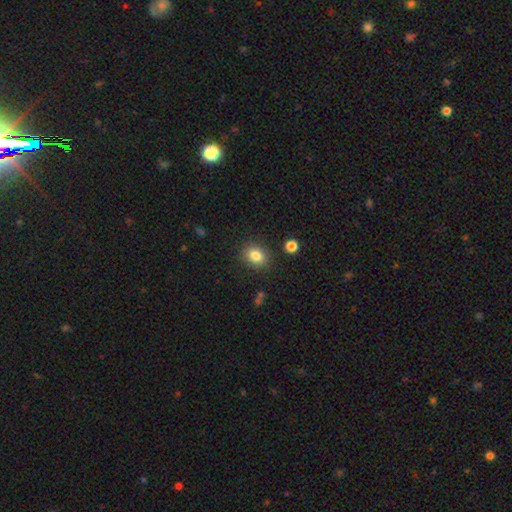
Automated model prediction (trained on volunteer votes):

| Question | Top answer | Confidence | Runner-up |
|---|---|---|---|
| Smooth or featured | smooth | 83% | star or artifact (10%) |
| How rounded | in between | 50% | round (49%) |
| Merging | none | 87% | minor disturbance (9%) |